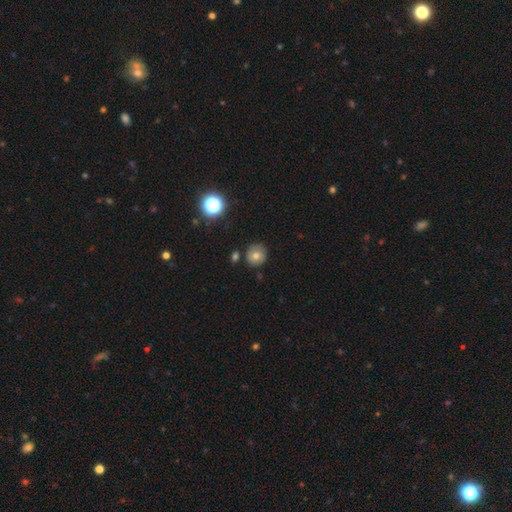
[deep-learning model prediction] Smooth or featured?
  - smooth: 73% *
  - star or artifact: 14%
  - featured or disk: 14%
How rounded?
  - round: 91% *
  - in between: 8%
  - cigar-shaped: 1%
Merging?
  - none: 79% *
  - minor disturbance: 13%
  - merger: 5%
  - major disturbance: 3%